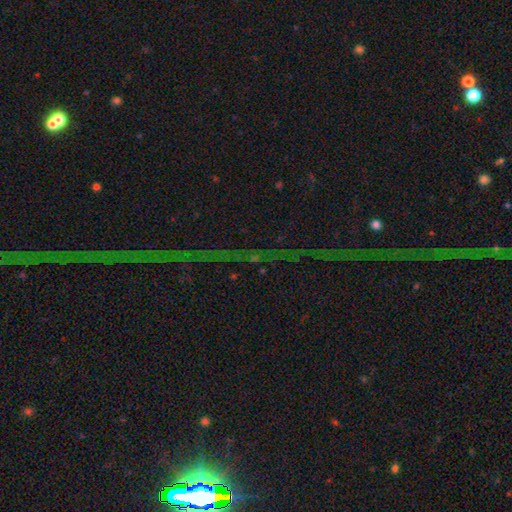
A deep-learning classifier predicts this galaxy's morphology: The model was most divided on "smooth or featured": star or artifact: 83%, featured or disk: 10%, smooth: 7%.